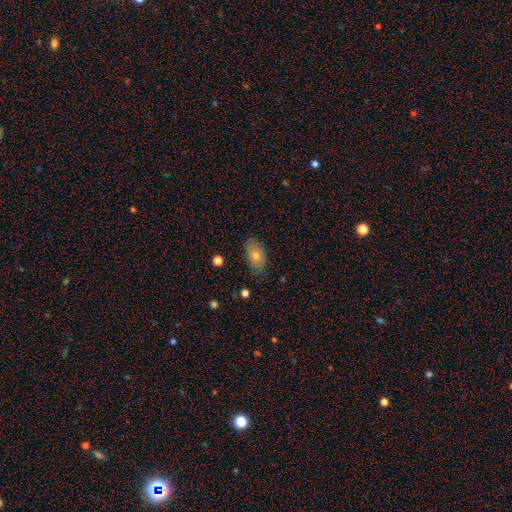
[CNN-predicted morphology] This appears to be a smooth galaxy with no disk features (67%) that is in between round and cigar-shaped (90%). Merging: none (81%).